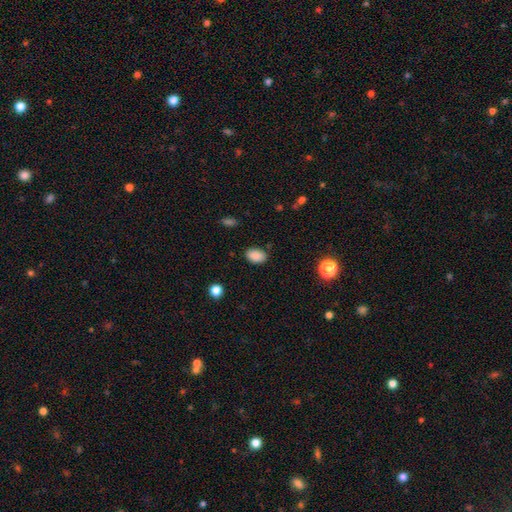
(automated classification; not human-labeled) Smooth or featured? smooth (88%)
How rounded? in between (85%)
Merging? none (85%)